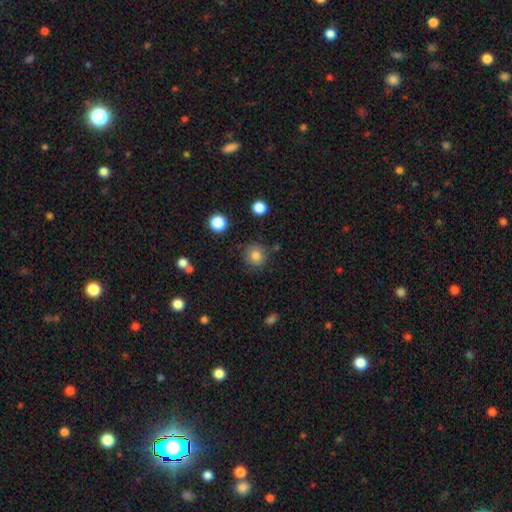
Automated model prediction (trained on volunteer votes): Overall: smooth (82%). How rounded: round (89%). Merging: none (82%).